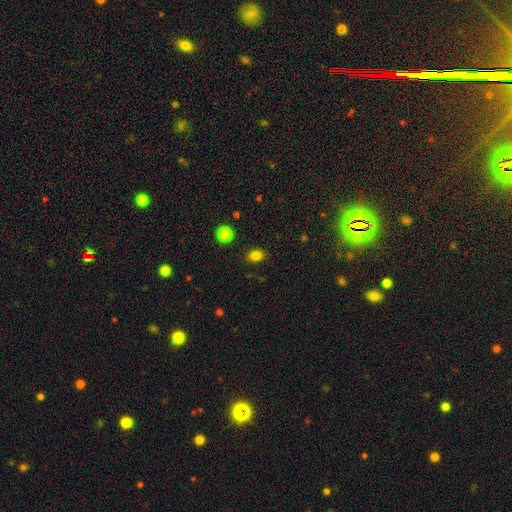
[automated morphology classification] A smooth galaxy with no disk features (82%) that is in between round and cigar-shaped (64%). Merging: none (88%).